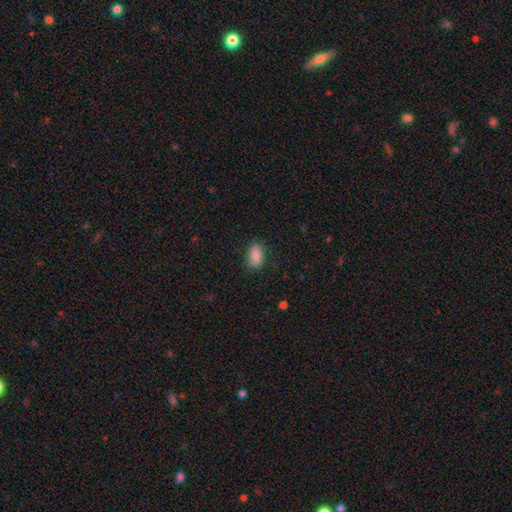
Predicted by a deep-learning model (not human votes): This is clearly a smooth galaxy (81%). How rounded: clearly in between (89%). Merging: clearly none (81%).